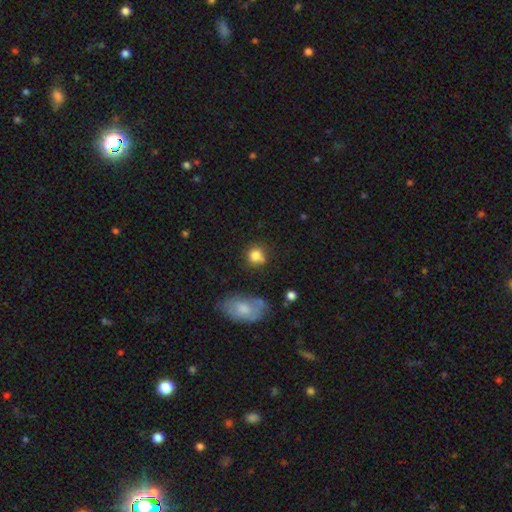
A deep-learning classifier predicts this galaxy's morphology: Smooth or featured? smooth (80%)
How rounded? round (75%)
Merging? none (61%)